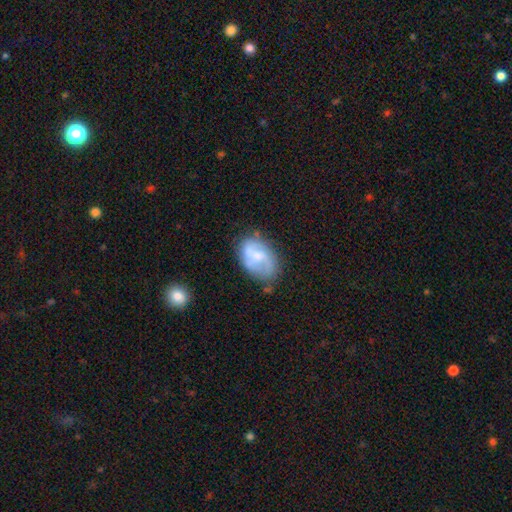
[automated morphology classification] Smooth or featured? featured or disk (58%)
Edge-on disk? no (97%)
Bar? weak (45%)
Spiral arms? yes (75%)
Bulge size? small (43%)
Merging? none (58%)